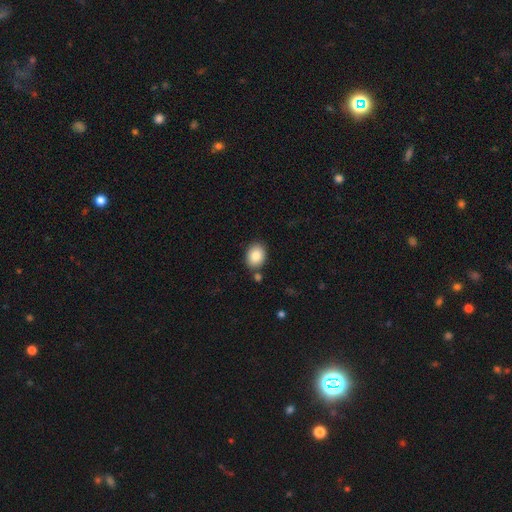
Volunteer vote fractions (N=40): smooth_or_featured: smooth (p=0.88) [alt: featured or disk p=0.07]
how_rounded: in between (p=0.63) [alt: round p=0.37]
merging: none (p=0.87) [alt: minor disturbance p=0.13]